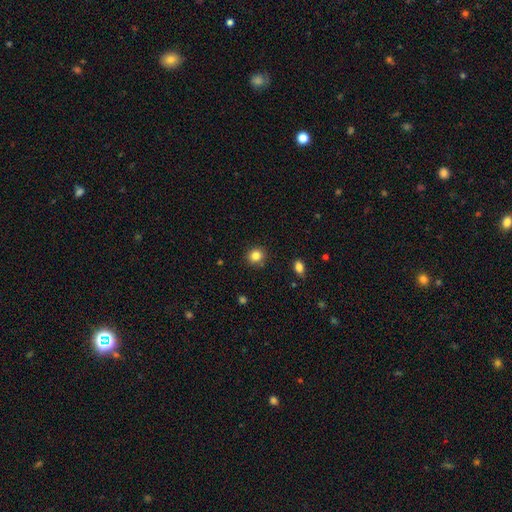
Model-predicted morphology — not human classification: smooth_or_featured: smooth (p=0.84) [alt: star or artifact p=0.11]
how_rounded: round (p=0.87) [alt: in between p=0.12]
merging: none (p=0.87) [alt: minor disturbance p=0.09]